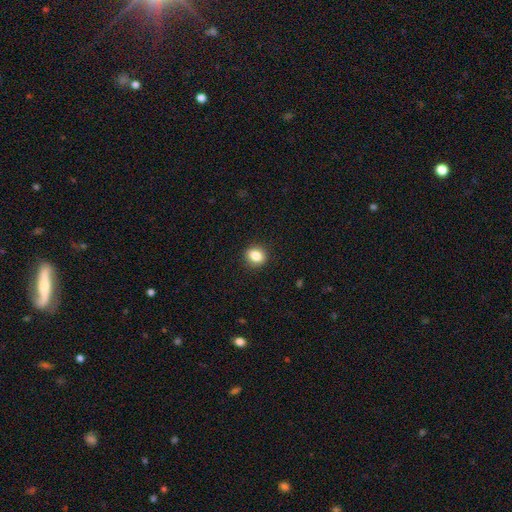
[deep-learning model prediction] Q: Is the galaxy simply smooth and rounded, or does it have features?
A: smooth — 84%.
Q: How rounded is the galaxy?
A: round — 59%.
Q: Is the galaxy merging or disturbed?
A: none — 90%.